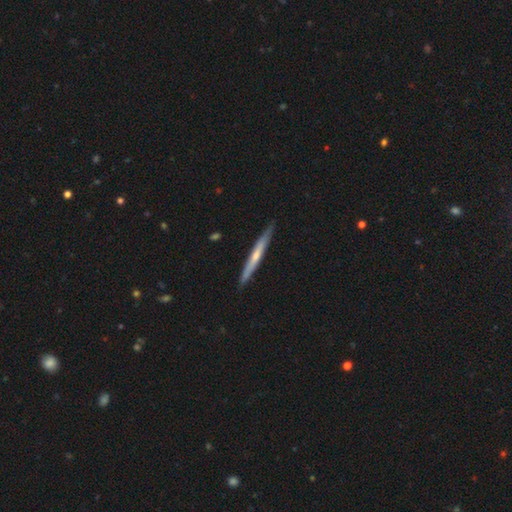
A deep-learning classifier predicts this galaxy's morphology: smooth_or_featured: featured or disk (p=0.67) [alt: smooth p=0.26]
disk_edge_on: yes (p=0.97) [alt: no p=0.03]
edge_on_bulge: rounded (p=0.64) [alt: none p=0.30]
merging: none (p=0.88) [alt: minor disturbance p=0.09]